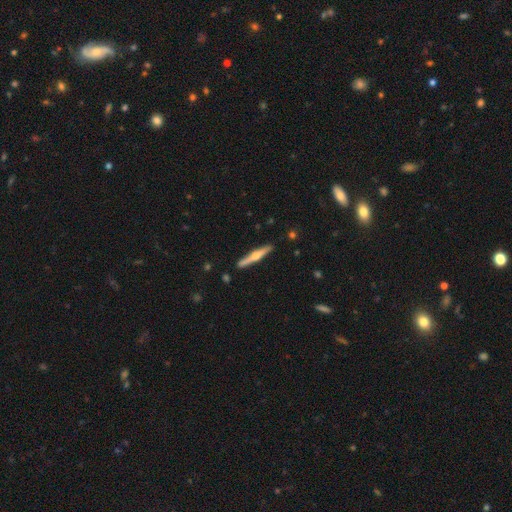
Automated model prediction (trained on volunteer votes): The model was most divided on "smooth or featured": featured or disk: 69%, smooth: 26%, star or artifact: 5%. More confident: edge-on disk — yes (98%); edge-on bulge — rounded (90%); merging — none (90%).